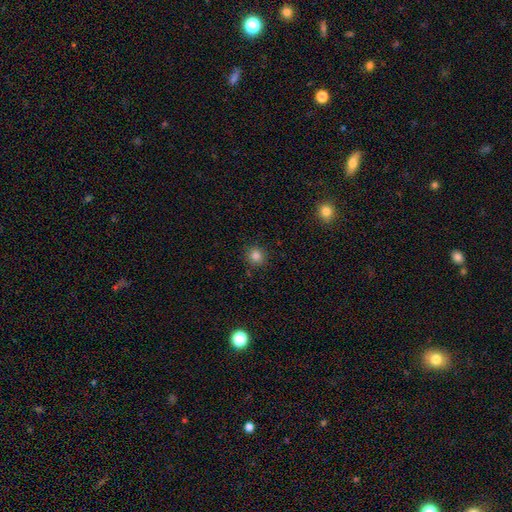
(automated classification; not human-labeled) Smooth or featured? Predicted: smooth (p=0.83). How rounded? Predicted: round (p=0.91). Merging? Predicted: none (p=0.88).